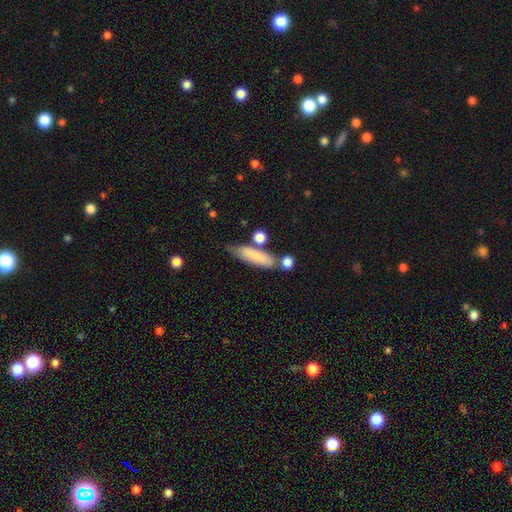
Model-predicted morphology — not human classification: A smooth galaxy with no disk features (79%) that is cigar-shaped (65%). Merging: none (61%).